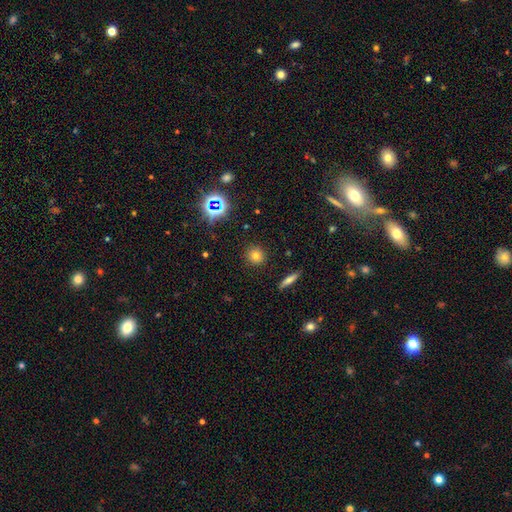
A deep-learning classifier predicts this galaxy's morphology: This appears to be a smooth galaxy with no disk features (70%) that is round (90%). Merging: none (90%).